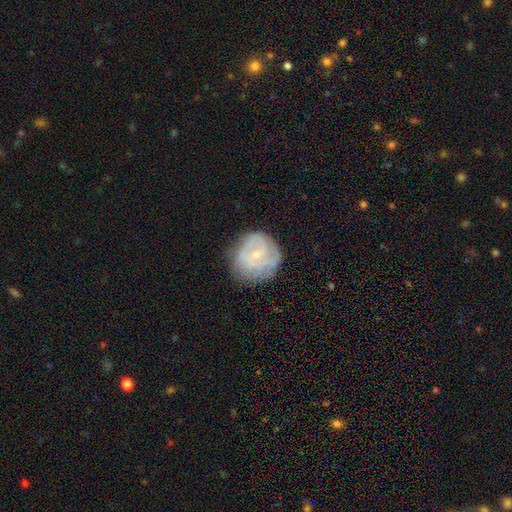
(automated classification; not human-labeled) This is possibly a featured or disk galaxy (56%). It is clearly not viewed edge-on (97%). Bar: likely no (63%). Spiral arm pattern: likely yes (68%). Central bulge: likely small (75%). Merging: likely none (66%).